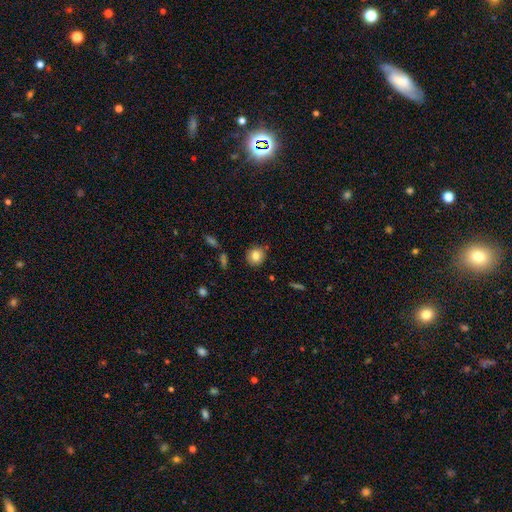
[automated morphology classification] This appears to be a smooth galaxy with no disk features (82%) that is round (83%). Merging: none (85%).